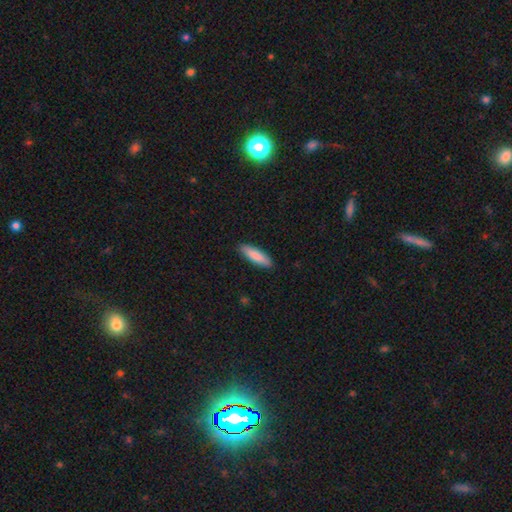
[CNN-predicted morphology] This appears to be a smooth galaxy with no disk features (85%) that is cigar-shaped (62%). Merging: none (90%).